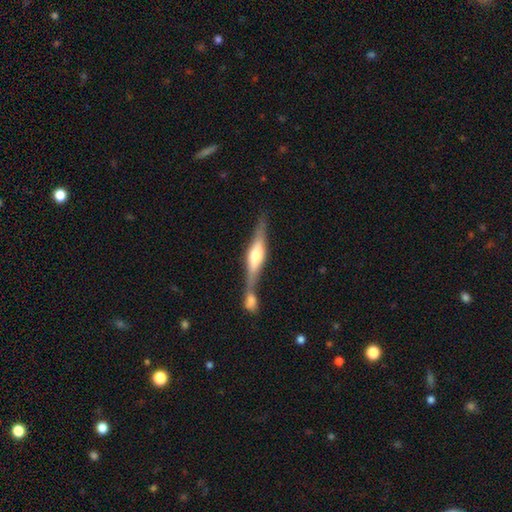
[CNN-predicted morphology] type=featured or disk (63%); edge-on=yes (92%); edge-on bulge=rounded (75%); merging=merger (45%).